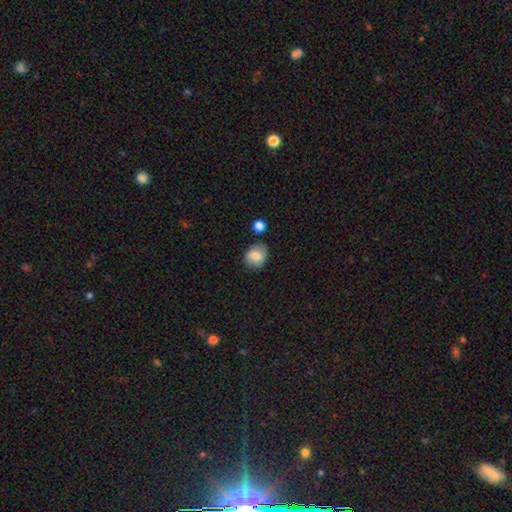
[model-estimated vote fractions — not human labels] smooth-or-featured: smooth: 78% | featured or disk: 14% | star or artifact: 8%
  how-rounded: round: 62% | in between: 37% | cigar-shaped: 1%
  merging: none: 74% | minor disturbance: 18% | merger: 5% | major disturbance: 4%